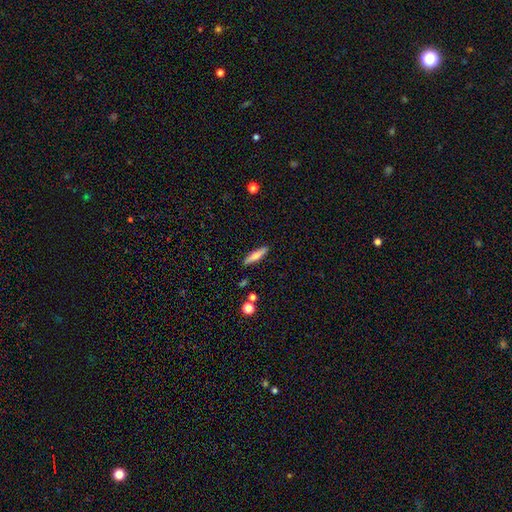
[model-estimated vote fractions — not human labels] Smooth or featured? Predicted: smooth (p=0.66). How rounded? Predicted: cigar-shaped (p=0.81). Merging? Predicted: none (p=0.88).